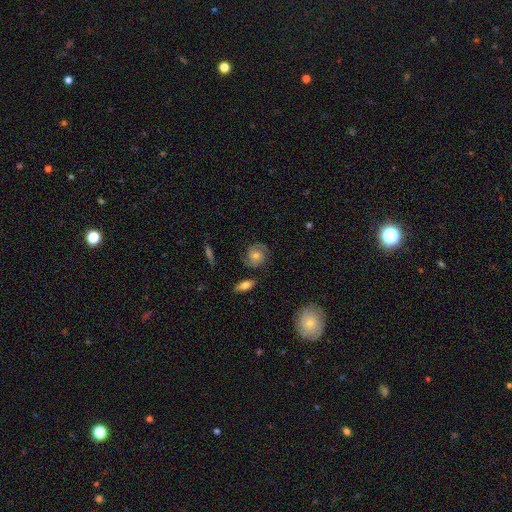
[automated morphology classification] This is likely a featured or disk galaxy (73%). It is clearly not viewed edge-on (97%). Bar: likely no (73%). Spiral arm pattern: clearly yes (95%). Spiral arm count: clearly 2 (82%). Spiral winding: possibly tight (54%). Central bulge: possibly moderate (54%). Merging: likely none (79%).